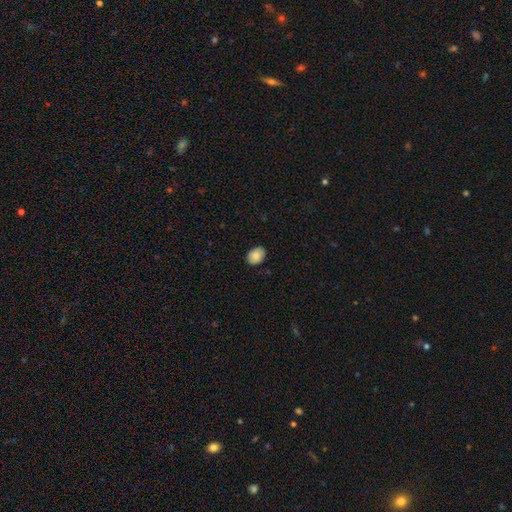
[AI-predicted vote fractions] Overall: smooth (86%). How rounded: in between (75%). Merging: none (86%).